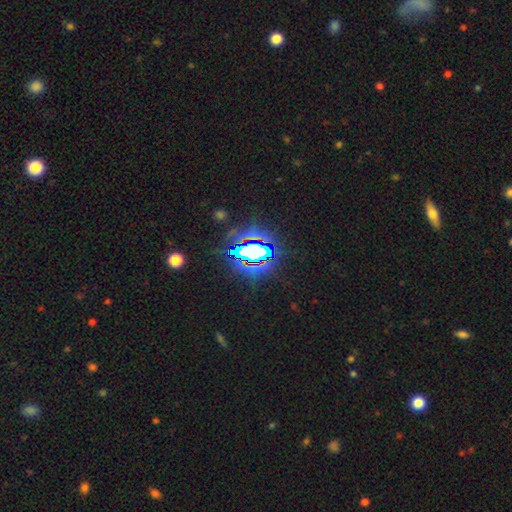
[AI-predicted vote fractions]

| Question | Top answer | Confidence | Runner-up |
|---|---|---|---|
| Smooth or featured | star or artifact | 81% | smooth (11%) |